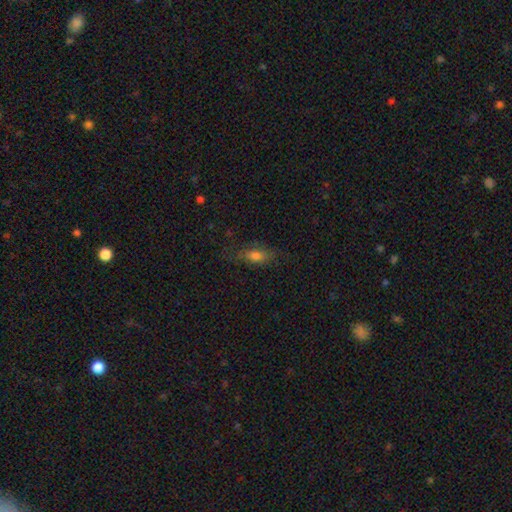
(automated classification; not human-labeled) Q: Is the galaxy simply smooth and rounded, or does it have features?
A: smooth — 71%.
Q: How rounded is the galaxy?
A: in between — 77%.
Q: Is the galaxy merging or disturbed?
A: none — 66%.